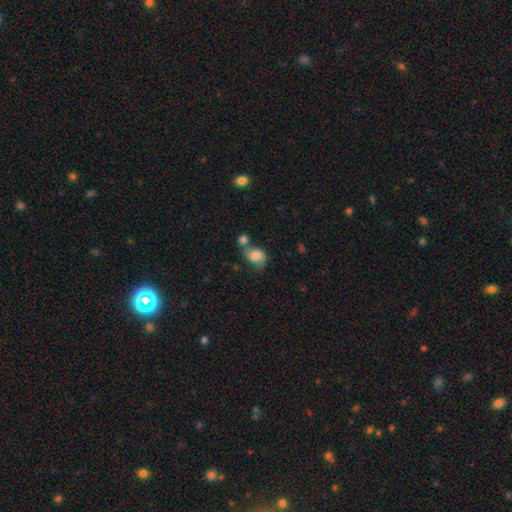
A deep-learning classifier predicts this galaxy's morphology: Smooth or featured: smooth — 57% (featured or disk — 33%)
How rounded: in between — 68% (round — 30%)
Merging: none — 41% (merger — 28%)